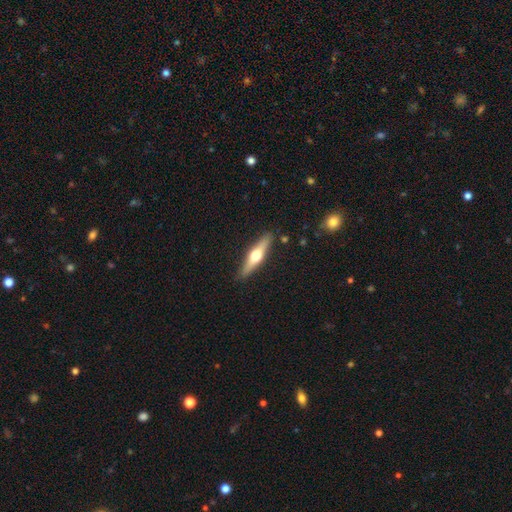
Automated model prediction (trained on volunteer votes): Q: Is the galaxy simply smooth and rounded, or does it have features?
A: featured or disk — 58%.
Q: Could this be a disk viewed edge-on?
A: yes — 95%.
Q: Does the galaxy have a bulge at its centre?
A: rounded — 95%.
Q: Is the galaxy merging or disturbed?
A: none — 88%.